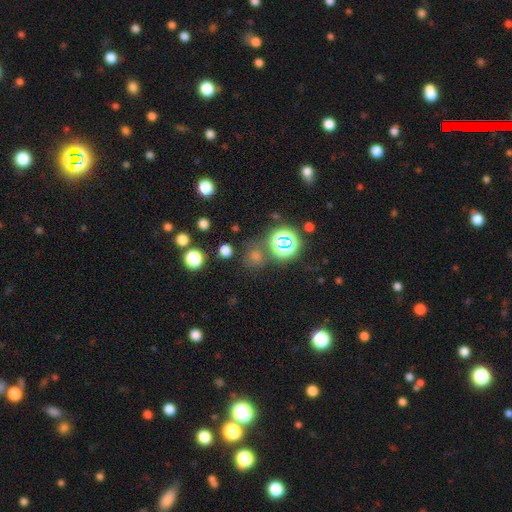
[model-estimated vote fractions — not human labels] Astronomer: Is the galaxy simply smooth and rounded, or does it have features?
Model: star or artifact — 52% (runner-up: smooth, 41%).